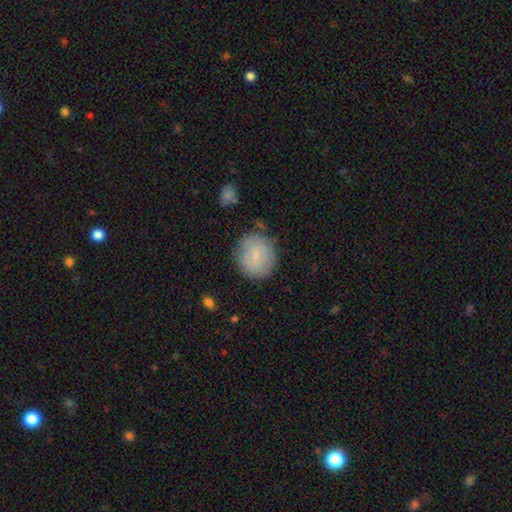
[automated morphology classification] The model was most divided on "smooth or featured": smooth: 72%, featured or disk: 21%, star or artifact: 7%. More confident: how rounded — round (82%); merging — none (81%).